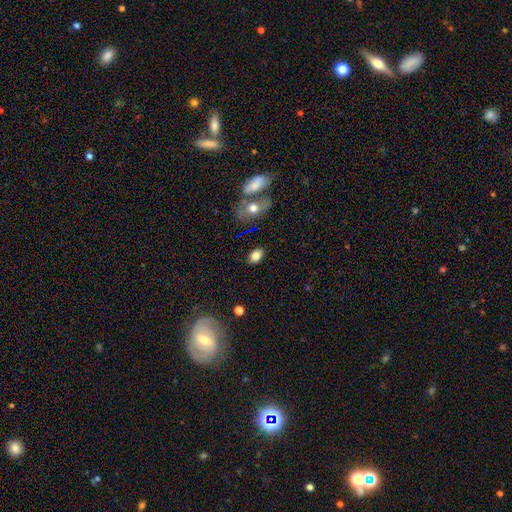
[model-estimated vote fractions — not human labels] Smooth or featured?
  - smooth: 81% *
  - featured or disk: 10%
  - star or artifact: 9%
How rounded?
  - in between: 83% *
  - round: 15%
  - cigar-shaped: 2%
Merging?
  - none: 82% *
  - minor disturbance: 11%
  - merger: 3%
  - major disturbance: 3%